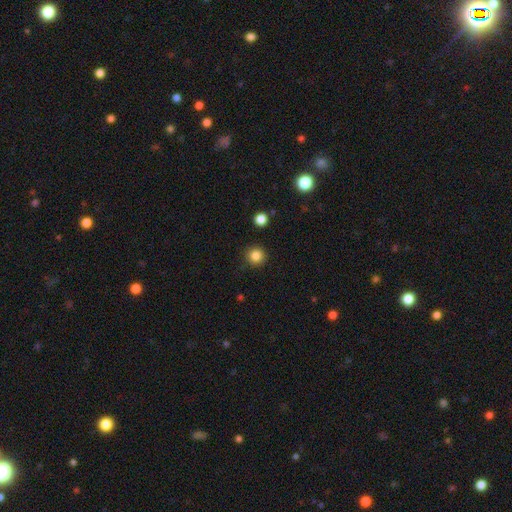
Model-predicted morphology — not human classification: Q: Smooth or featured?
A: smooth (84%); runner-up: star or artifact (12%)
Q: How rounded?
A: round (94%); runner-up: in between (5%)
Q: Merging?
A: none (91%); runner-up: minor disturbance (5%)